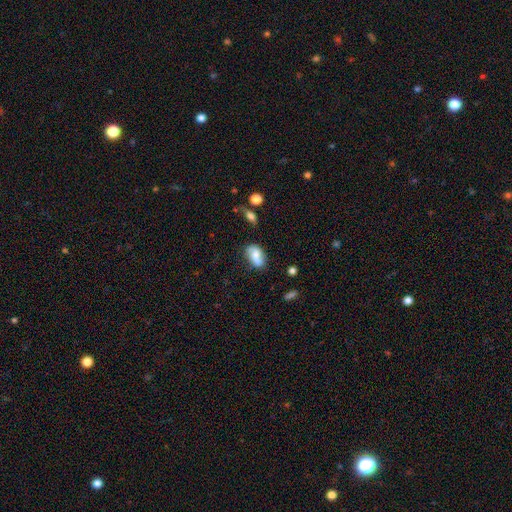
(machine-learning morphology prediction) This appears to be a smooth galaxy with no disk features (56%) that is in between round and cigar-shaped (89%). Merging: none (66%).